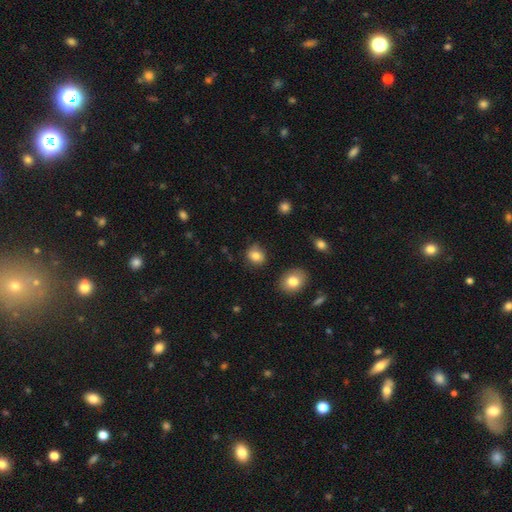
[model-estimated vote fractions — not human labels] A smooth galaxy with no disk features (82%) that is round (69%).

Vote fractions:
- Smooth or featured? smooth: 82% / star or artifact: 10% / featured or disk: 8%
- How rounded? round: 69% / in between: 30% / cigar-shaped: 1%
- Merging? none: 80% / minor disturbance: 15% / major disturbance: 3% / merger: 2%